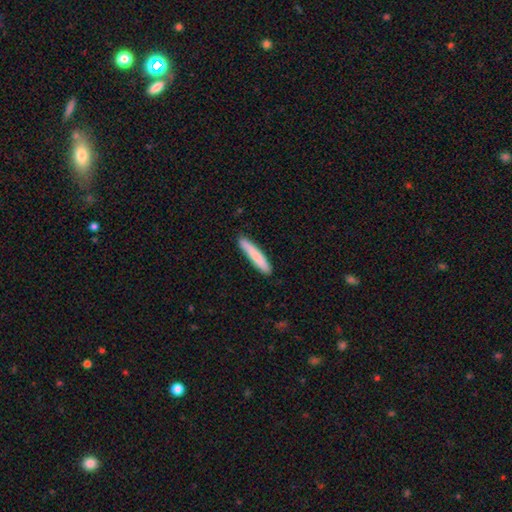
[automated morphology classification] Q: Smooth or featured?
A: smooth (81%); runner-up: featured or disk (13%)
Q: How rounded?
A: cigar-shaped (94%); runner-up: in between (5%)
Q: Merging?
A: none (88%); runner-up: minor disturbance (9%)